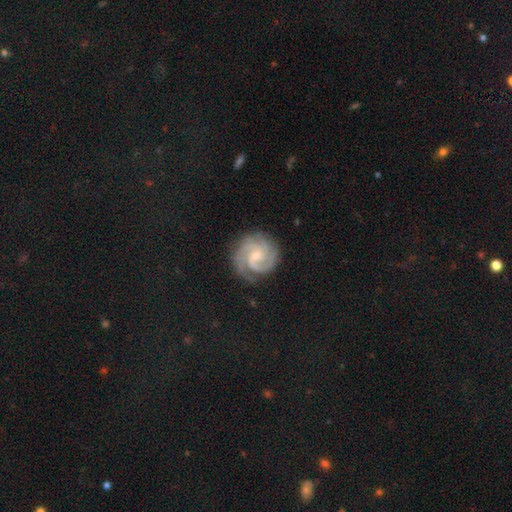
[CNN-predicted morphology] This is clearly a featured or disk galaxy (91%). It is clearly not viewed edge-on (98%). Bar: possibly no (51%). Spiral arm pattern: clearly yes (99%). Spiral arm count: possibly 3 (48%). Spiral winding: possibly tight (60%). Central bulge: likely small (69%). Merging: clearly none (81%).